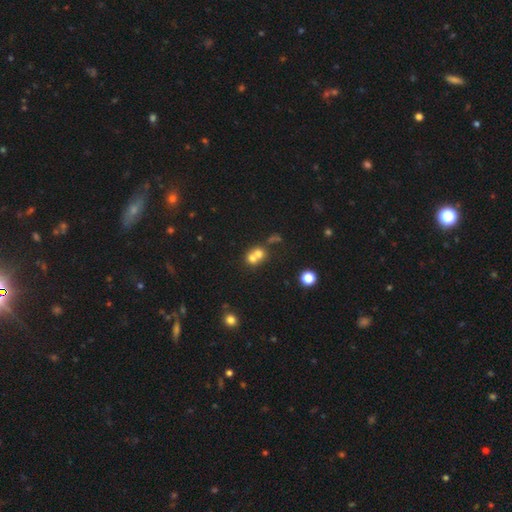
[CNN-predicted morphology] Smooth or featured? smooth (67%)
How rounded? round (78%)
Merging? merger (64%)